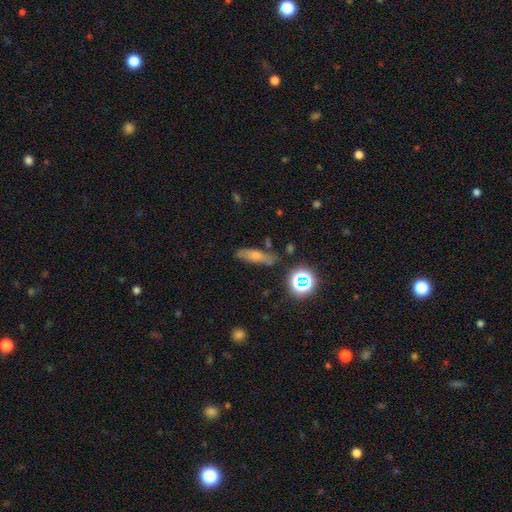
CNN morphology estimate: Smooth or featured? smooth (63%)
How rounded? cigar-shaped (54%)
Merging? none (74%)